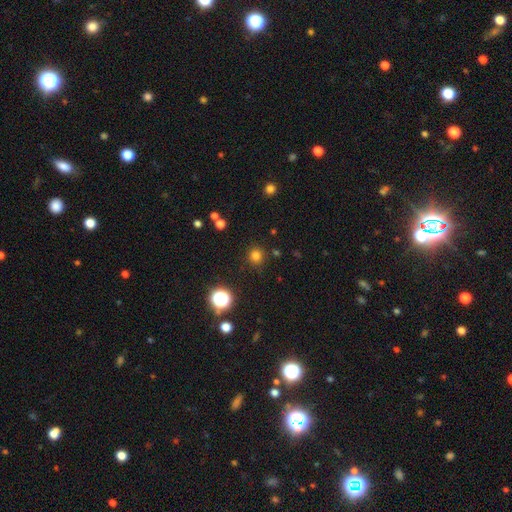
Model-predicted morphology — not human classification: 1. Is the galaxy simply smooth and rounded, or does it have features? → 78% smooth, 18% star or artifact, 5% featured or disk.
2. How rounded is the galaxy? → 92% round, 7% in between, 1% cigar-shaped.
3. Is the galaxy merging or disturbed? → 88% none, 7% minor disturbance, 3% major disturbance, 2% merger.